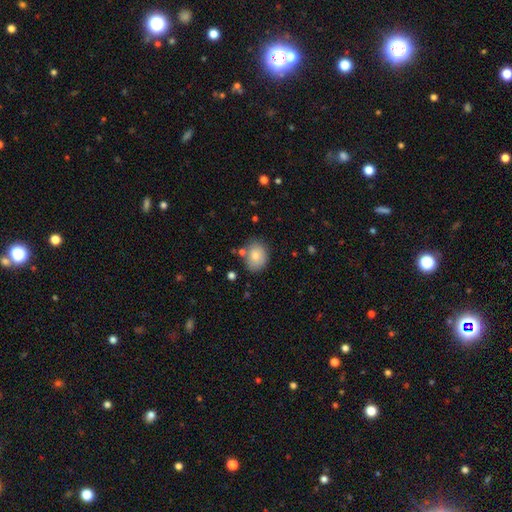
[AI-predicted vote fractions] smooth-or-featured: smooth: 80% | featured or disk: 12% | star or artifact: 8%
  how-rounded: in between: 50% | round: 49% | cigar-shaped: 1%
  merging: none: 72% | minor disturbance: 17% | merger: 7% | major disturbance: 4%